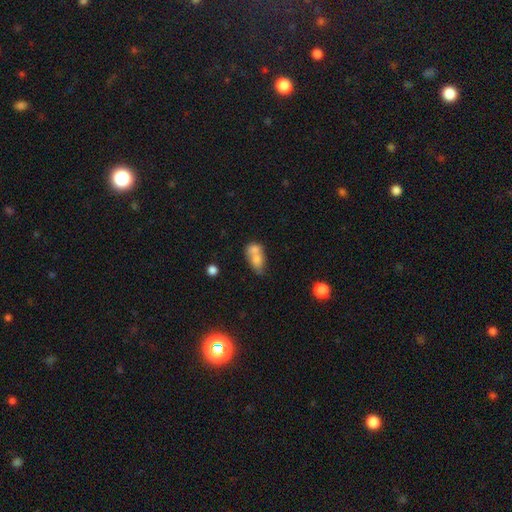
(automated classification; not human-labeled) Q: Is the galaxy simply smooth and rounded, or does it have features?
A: smooth — 72%.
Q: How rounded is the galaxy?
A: in between — 72%.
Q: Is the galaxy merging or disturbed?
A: merger — 67%.